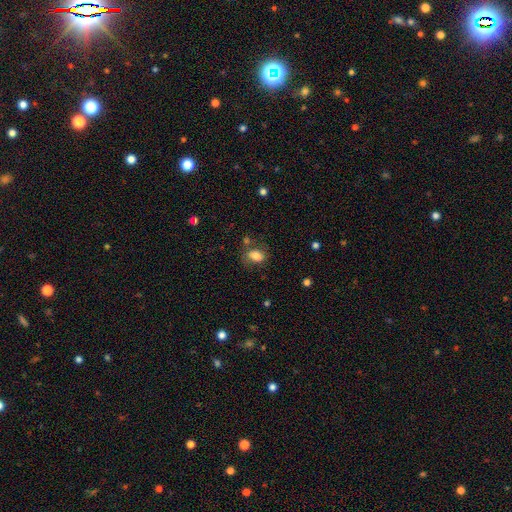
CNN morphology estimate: The model was most divided on "merging": none: 65%, minor disturbance: 19%, major disturbance: 8%, merger: 8%. More confident: how rounded — in between (78%); smooth or featured — smooth (77%).